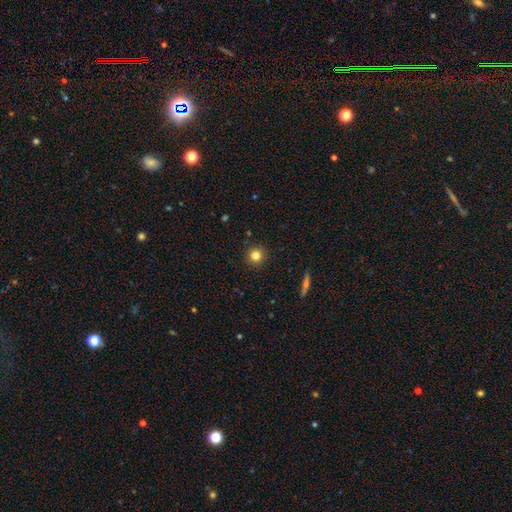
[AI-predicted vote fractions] Smooth or featured?
  - smooth: 81% *
  - star or artifact: 12%
  - featured or disk: 7%
How rounded?
  - round: 95% *
  - in between: 4%
  - cigar-shaped: 1%
Merging?
  - none: 92% *
  - minor disturbance: 5%
  - major disturbance: 2%
  - merger: 1%